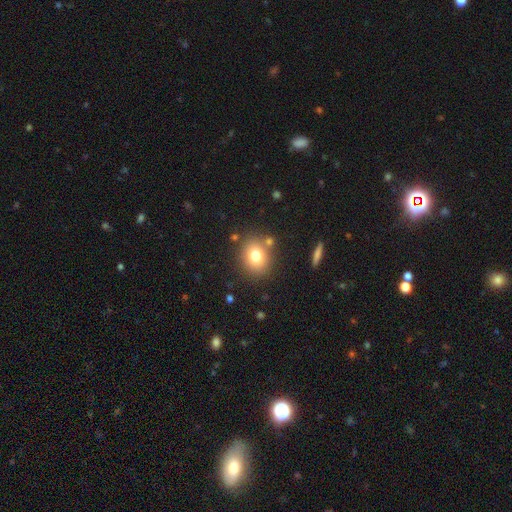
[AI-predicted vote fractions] Morphology: type=smooth (76%); roundness=round (64%); merging=none (79%).